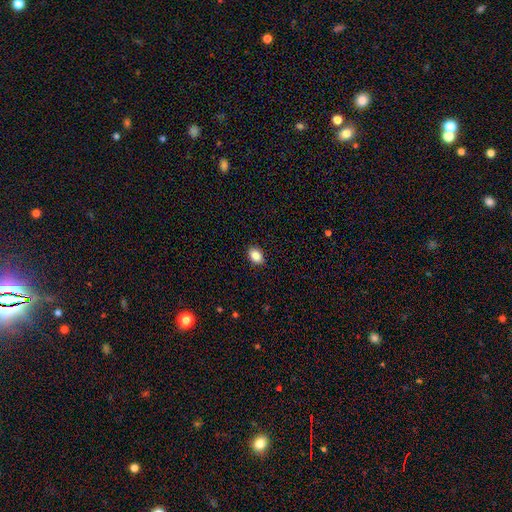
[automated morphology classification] type=smooth (87%); roundness=in between (81%); merging=none (90%).